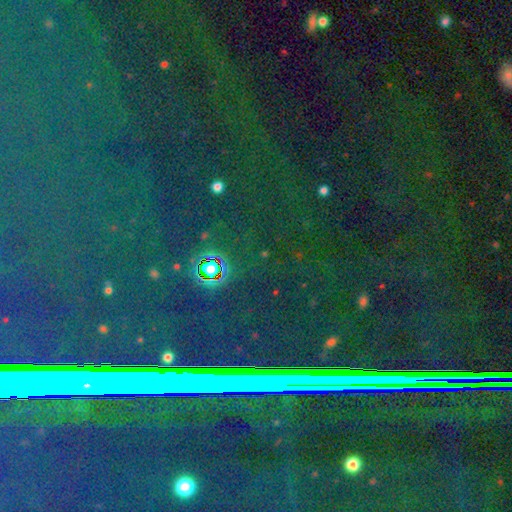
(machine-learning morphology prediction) star or artifact 81%, smooth 11%, featured or disk 8%.